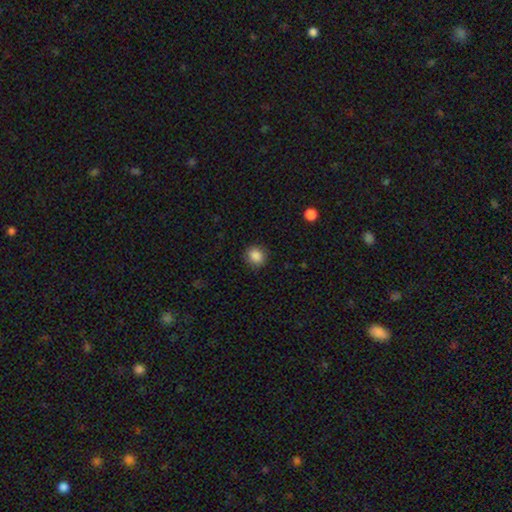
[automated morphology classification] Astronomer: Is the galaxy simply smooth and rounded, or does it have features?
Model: smooth — 87%.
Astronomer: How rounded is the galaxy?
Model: round — 77%.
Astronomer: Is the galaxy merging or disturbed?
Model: none — 88%.